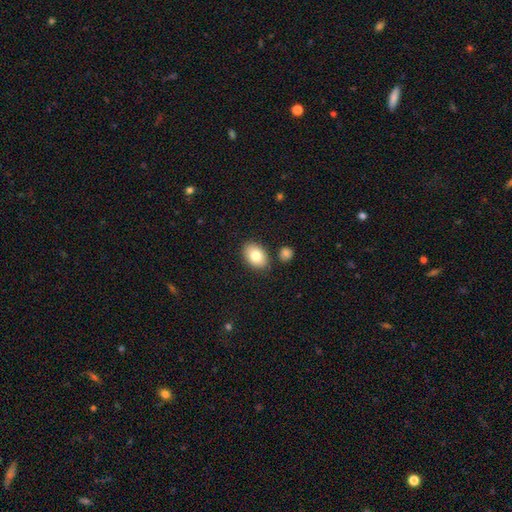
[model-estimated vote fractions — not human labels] Morphology: type=smooth (80%); roundness=in between (83%); merging=none (84%).